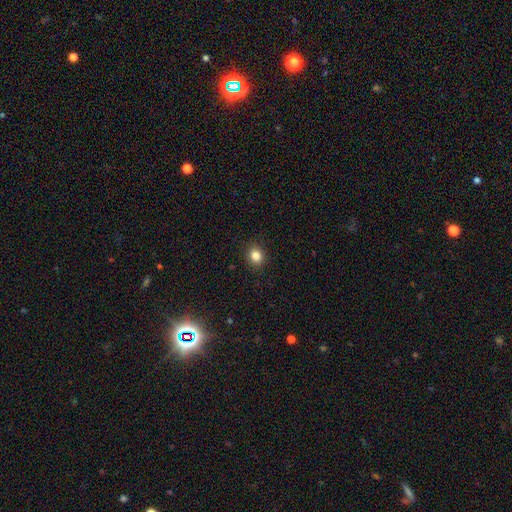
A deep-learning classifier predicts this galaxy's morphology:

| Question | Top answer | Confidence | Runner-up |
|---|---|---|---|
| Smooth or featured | smooth | 84% | star or artifact (11%) |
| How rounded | round | 73% | in between (26%) |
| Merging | none | 90% | minor disturbance (7%) |